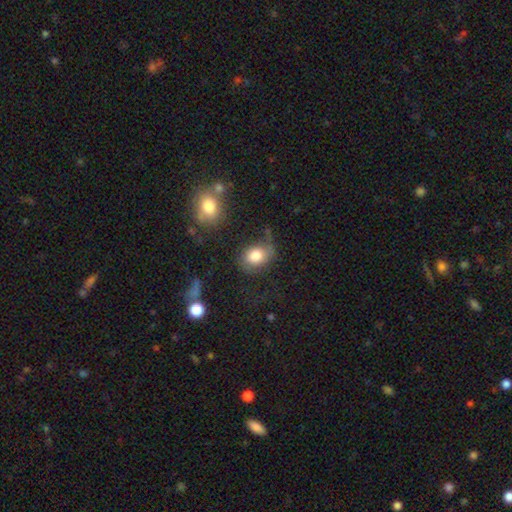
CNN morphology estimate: The model was most divided on "how rounded": in between: 57%, round: 42%, cigar-shaped: 1%. More confident: smooth or featured — smooth (77%); merging — none (52%).